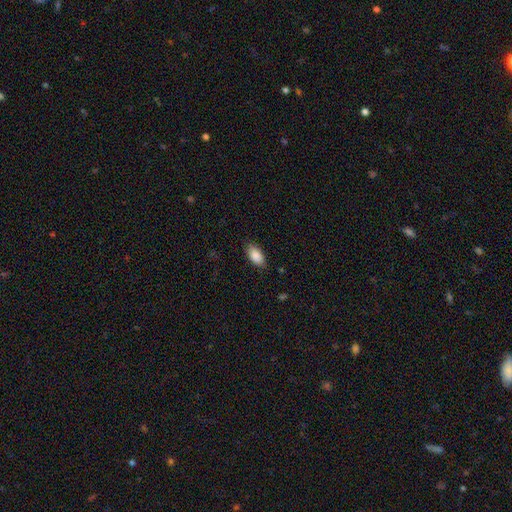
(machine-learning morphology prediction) A smooth galaxy with no disk features (89%) that is in between round and cigar-shaped (93%). Merging: none (82%).